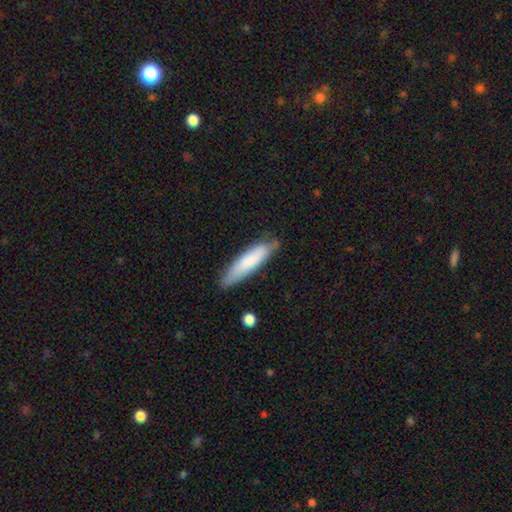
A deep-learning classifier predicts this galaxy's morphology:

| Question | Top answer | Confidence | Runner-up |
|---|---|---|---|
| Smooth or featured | smooth | 76% | featured or disk (18%) |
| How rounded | cigar-shaped | 74% | in between (25%) |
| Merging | none | 76% | minor disturbance (18%) |